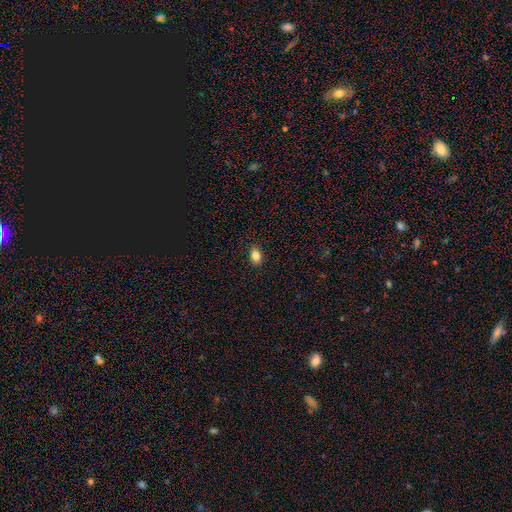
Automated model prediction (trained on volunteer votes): A smooth galaxy with no disk features (84%) that is in between round and cigar-shaped (79%). Merging: none (89%).